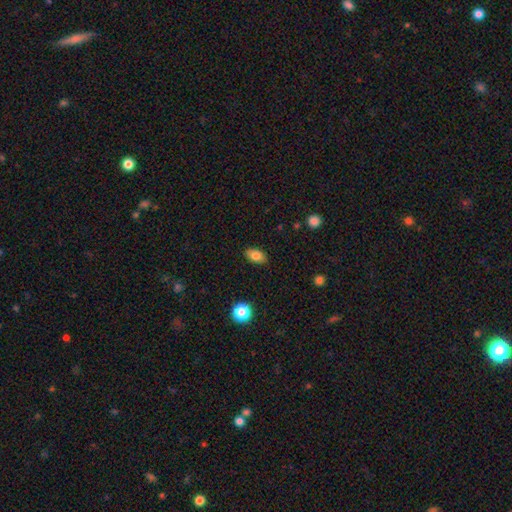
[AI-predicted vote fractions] Smooth or featured: smooth — 83% (featured or disk — 9%)
How rounded: in between — 89% (round — 9%)
Merging: none — 88% (minor disturbance — 9%)